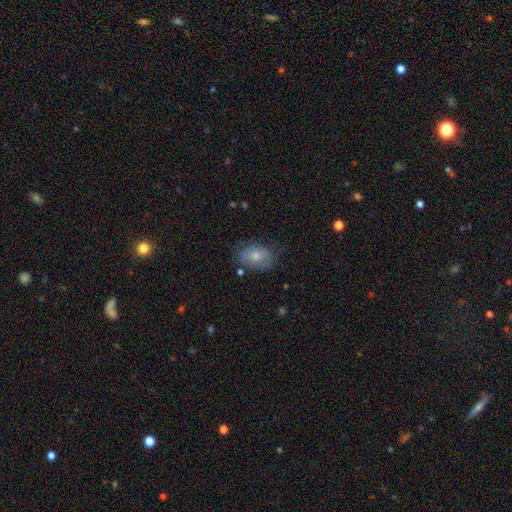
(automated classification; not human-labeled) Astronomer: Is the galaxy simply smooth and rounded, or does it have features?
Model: smooth — 67%.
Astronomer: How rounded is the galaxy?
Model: in between — 76%.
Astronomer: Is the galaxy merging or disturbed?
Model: none — 63%.